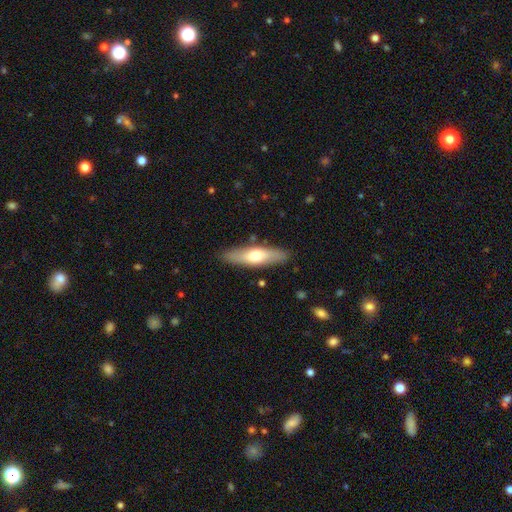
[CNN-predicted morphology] This appears to be a smooth galaxy with no disk features (57%) that is cigar-shaped (63%). Merging: none (87%).